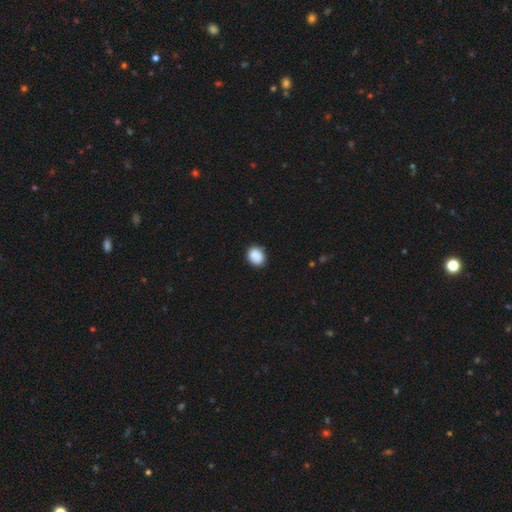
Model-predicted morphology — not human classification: smooth 86%, star or artifact 8%, featured or disk 6%. Down the decision tree: how rounded — round (59%); merging — none (76%).